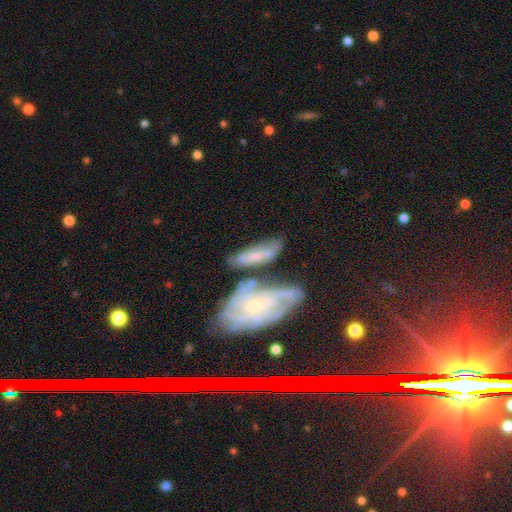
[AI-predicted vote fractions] Smooth or featured? Predicted: featured or disk (p=0.58). Edge-on disk? Predicted: no (p=0.80). Merging? Predicted: none (p=0.43).